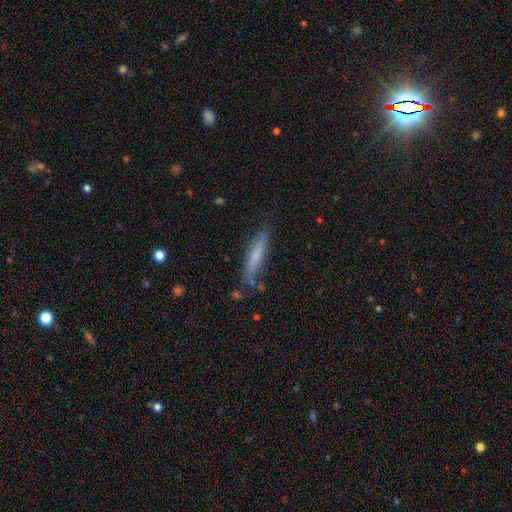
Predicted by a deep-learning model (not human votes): smooth 66%, featured or disk 27%, star or artifact 7%. Down the decision tree: how rounded — cigar-shaped (83%); merging — none (76%).